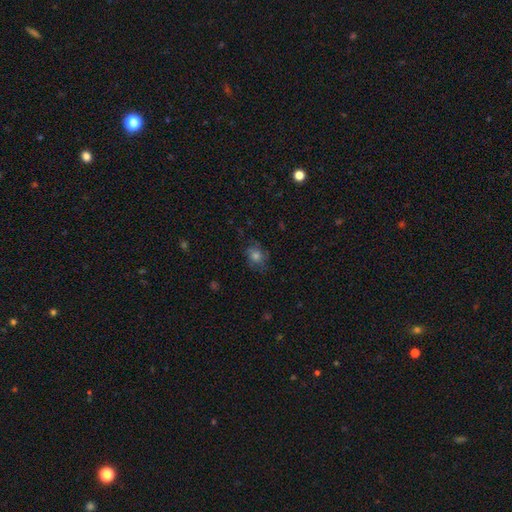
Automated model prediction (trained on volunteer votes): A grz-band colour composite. It shows a smooth galaxy with no disk features (56%) that is round (62%). Merging: none (73%).